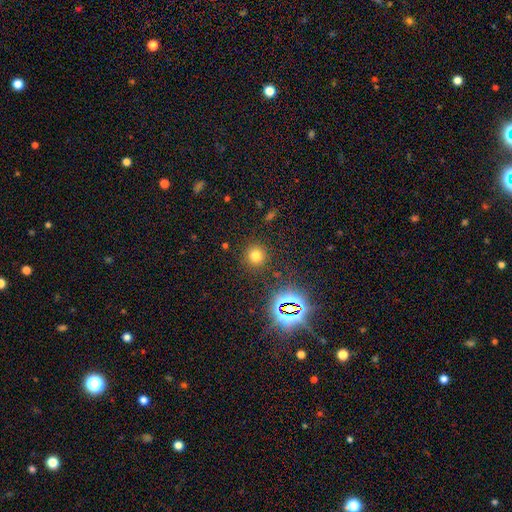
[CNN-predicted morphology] smooth_or_featured: smooth (p=0.70) [alt: star or artifact p=0.23]
how_rounded: round (p=0.94) [alt: in between p=0.05]
merging: none (p=0.89) [alt: minor disturbance p=0.06]